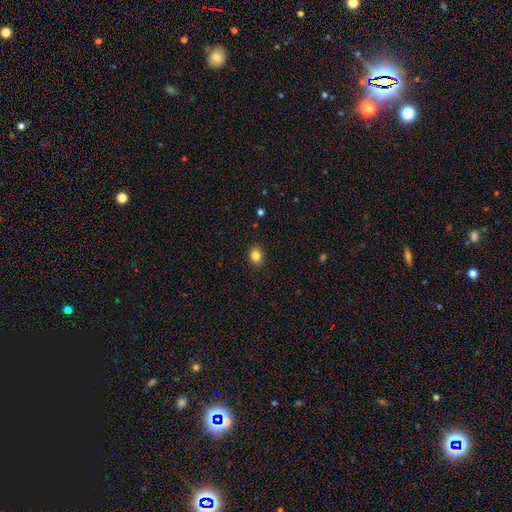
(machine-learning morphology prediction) type=smooth (84%); roundness=round (50%); merging=none (90%).